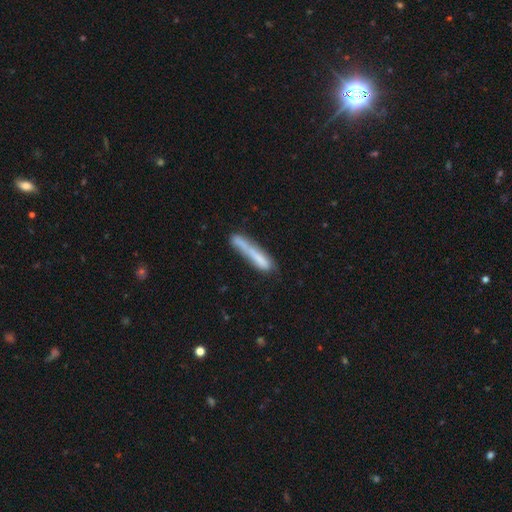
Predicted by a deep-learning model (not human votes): smooth-or-featured: smooth: 66% | featured or disk: 26% | star or artifact: 8%
  how-rounded: cigar-shaped: 94% | in between: 5% | round: 1%
  merging: none: 58% | minor disturbance: 23% | merger: 10% | major disturbance: 9%